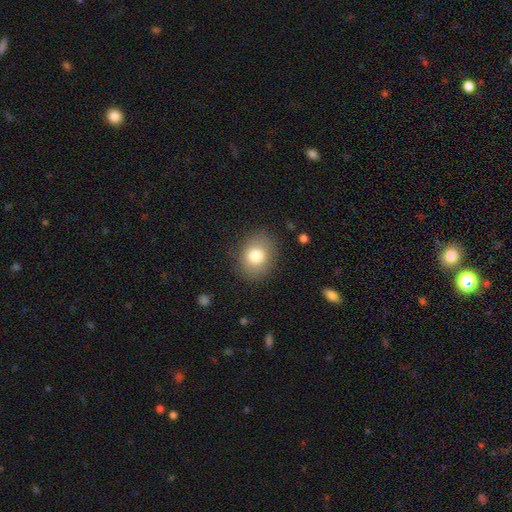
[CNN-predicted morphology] Q: Smooth or featured?
A: smooth (81%); runner-up: featured or disk (10%)
Q: How rounded?
A: round (52%); runner-up: in between (47%)
Q: Merging?
A: none (84%); runner-up: minor disturbance (11%)